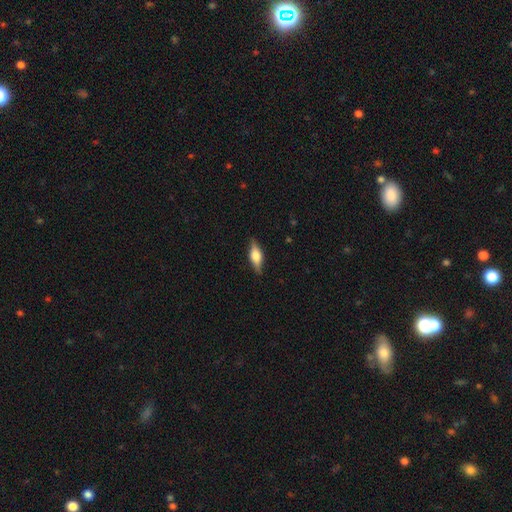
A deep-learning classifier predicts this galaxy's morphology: Smooth or featured: featured or disk — 48% (smooth — 45%)
Merging: none — 85% (minor disturbance — 12%)